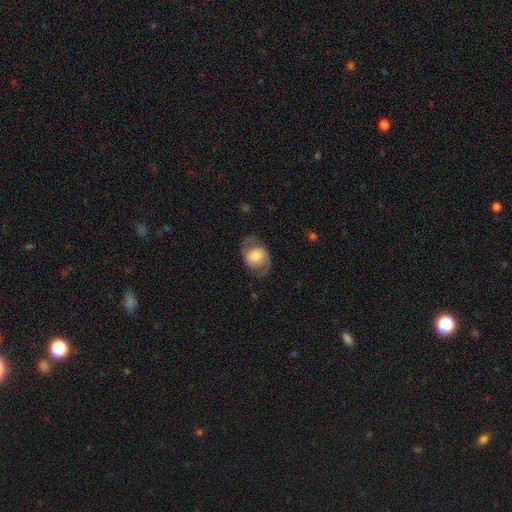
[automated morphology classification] smooth_or_featured: featured or disk (p=0.50) [alt: smooth p=0.43]
disk_edge_on: no (p=0.95) [alt: yes p=0.05]
merging: none (p=0.70) [alt: minor disturbance p=0.17]